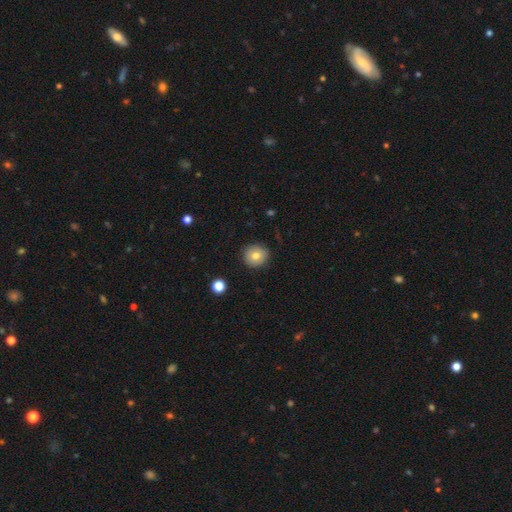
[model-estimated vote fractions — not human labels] Smooth or featured?
  - smooth: 77% *
  - featured or disk: 13%
  - star or artifact: 10%
How rounded?
  - round: 92% *
  - in between: 7%
  - cigar-shaped: 1%
Merging?
  - none: 88% *
  - minor disturbance: 9%
  - major disturbance: 2%
  - merger: 1%